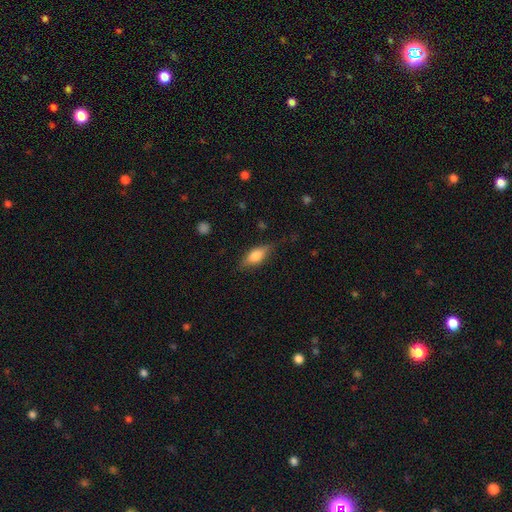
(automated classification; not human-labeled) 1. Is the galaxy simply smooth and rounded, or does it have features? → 66% smooth, 27% featured or disk, 7% star or artifact.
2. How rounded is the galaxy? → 73% in between, 23% cigar-shaped, 4% round.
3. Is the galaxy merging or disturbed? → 76% none, 18% minor disturbance, 4% major disturbance, 1% merger.